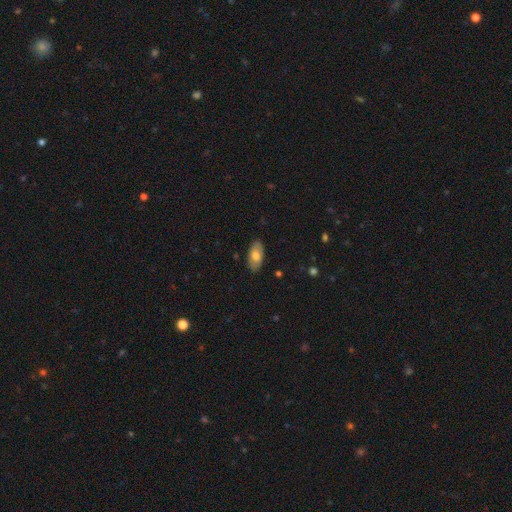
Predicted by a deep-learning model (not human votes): A smooth galaxy with no disk features (69%) that is in between round and cigar-shaped (93%).

Vote fractions:
- Smooth or featured? smooth: 69% / featured or disk: 25% / star or artifact: 6%
- How rounded? in between: 93% / cigar-shaped: 5% / round: 3%
- Merging? none: 85% / minor disturbance: 11% / major disturbance: 2% / merger: 1%